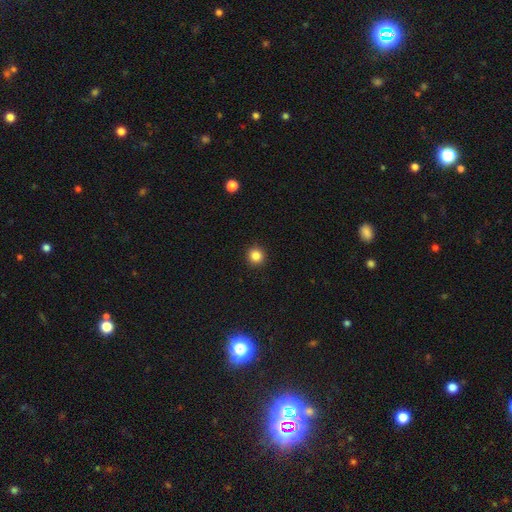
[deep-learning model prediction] Smooth or featured? Predicted: smooth (p=0.85). How rounded? Predicted: round (p=0.93). Merging? Predicted: none (p=0.93).